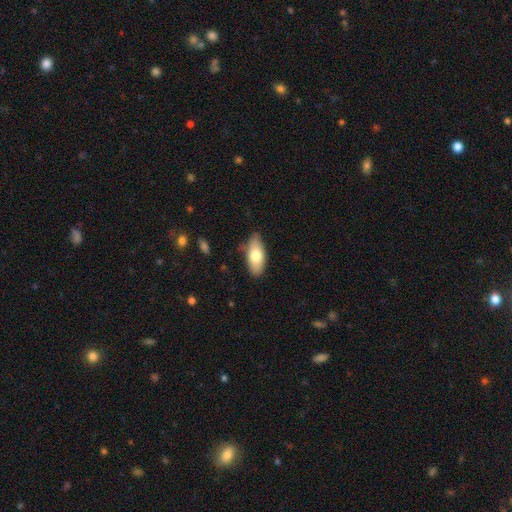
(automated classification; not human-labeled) smooth-or-featured: smooth: 73% | featured or disk: 20% | star or artifact: 6%
  how-rounded: in between: 87% | cigar-shaped: 10% | round: 3%
  merging: none: 80% | minor disturbance: 16% | major disturbance: 3% | merger: 2%